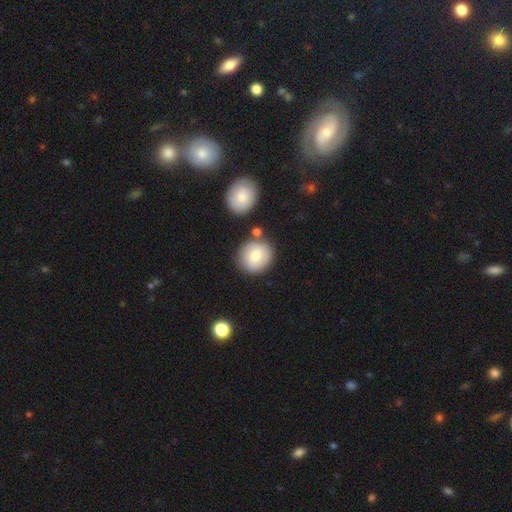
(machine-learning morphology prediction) smooth 76%, featured or disk 17%, star or artifact 7%. Down the decision tree: how rounded — round (87%); merging — none (74%).